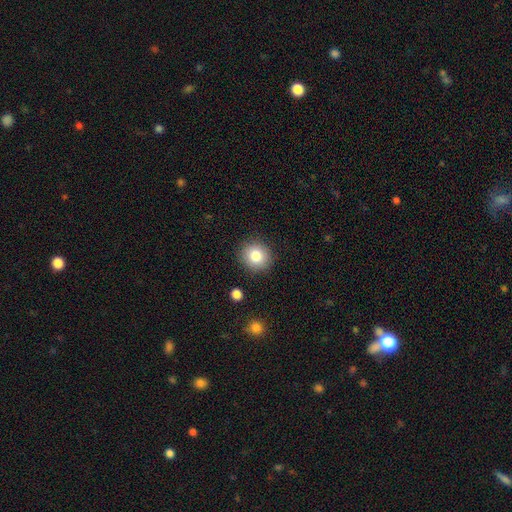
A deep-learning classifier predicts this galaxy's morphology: smooth-or-featured: smooth: 82% | star or artifact: 10% | featured or disk: 8%
  how-rounded: round: 85% | in between: 14% | cigar-shaped: 1%
  merging: none: 89% | minor disturbance: 7% | major disturbance: 2% | merger: 2%